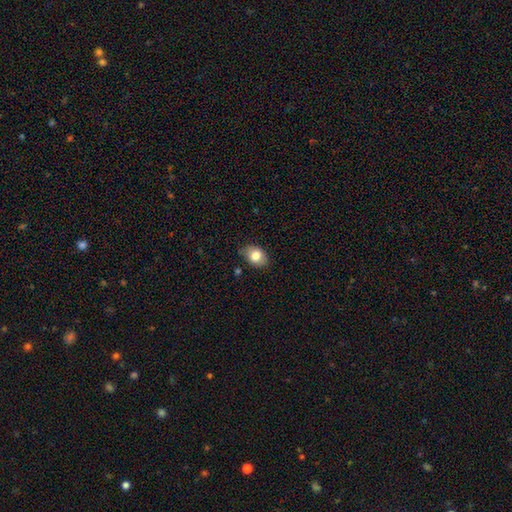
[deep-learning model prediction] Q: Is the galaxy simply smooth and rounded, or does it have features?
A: smooth — 81%.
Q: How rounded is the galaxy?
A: in between — 69%.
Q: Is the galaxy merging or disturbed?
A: none — 80%.